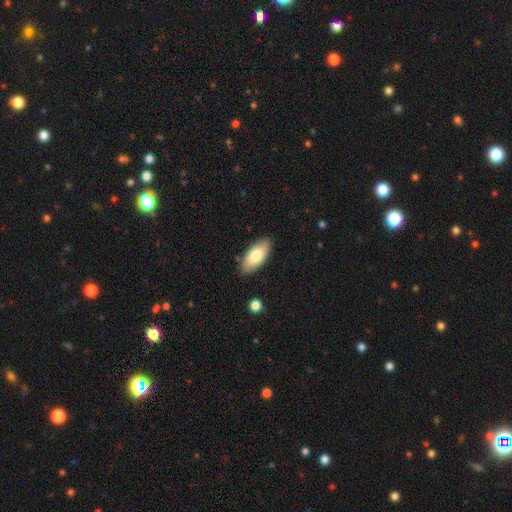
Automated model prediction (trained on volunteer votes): Overall: smooth (77%). How rounded: in between (87%). Merging: none (86%).